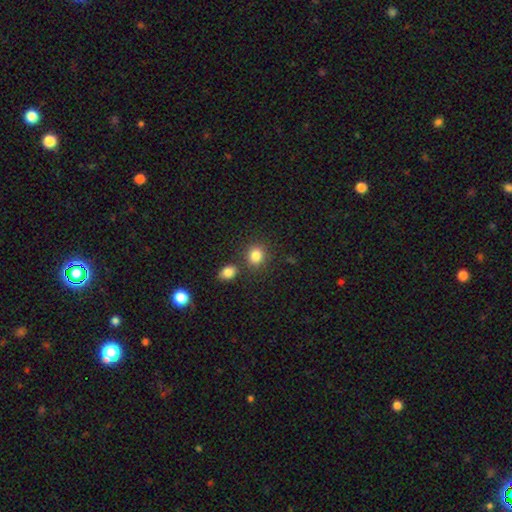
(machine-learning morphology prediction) Smooth or featured? smooth (84%)
How rounded? round (68%)
Merging? none (74%)